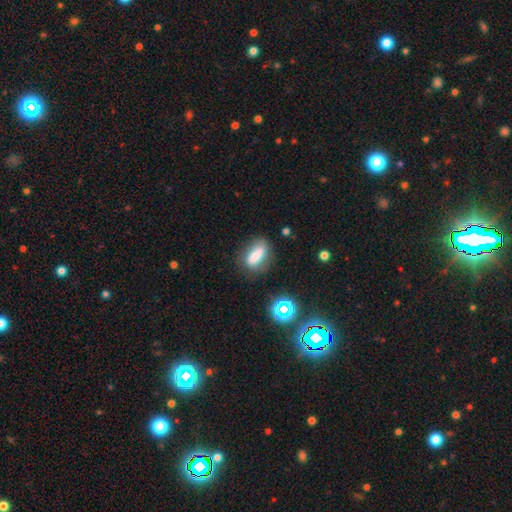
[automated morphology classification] A smooth galaxy with no disk features (72%) that is in between round and cigar-shaped (69%). Merging: none (75%).